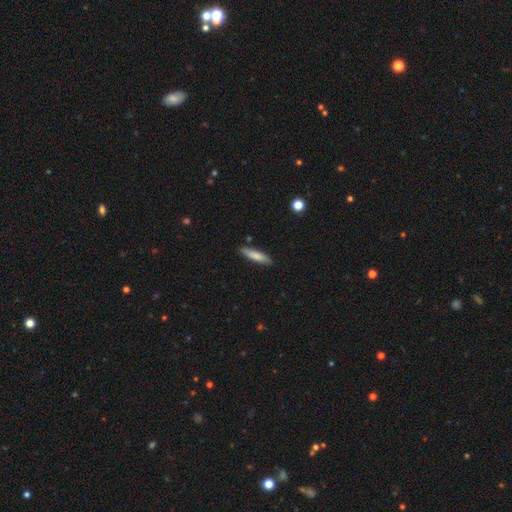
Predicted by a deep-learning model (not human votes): This is likely a smooth galaxy (75%). How rounded: likely cigar-shaped (79%). Merging: clearly none (86%).